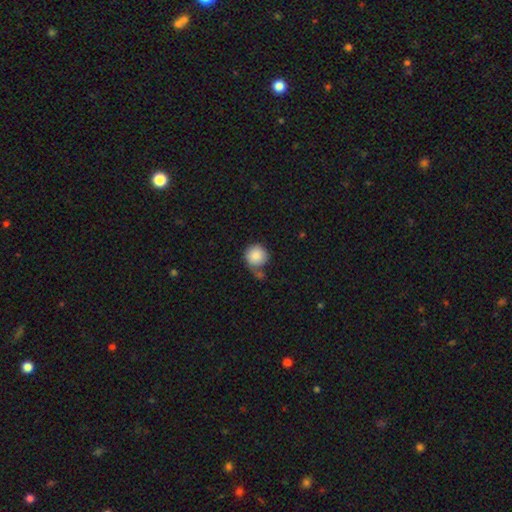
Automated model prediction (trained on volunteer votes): smooth_or_featured: smooth (p=0.87) [alt: star or artifact p=0.08]
how_rounded: round (p=0.93) [alt: in between p=0.06]
merging: none (p=0.52) [alt: minor disturbance p=0.20]